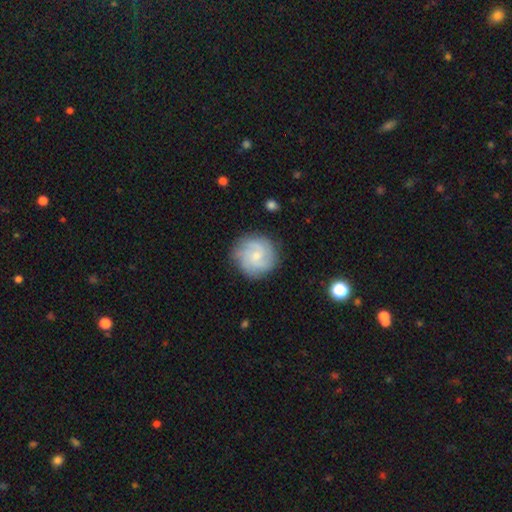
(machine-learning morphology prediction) This is possibly a featured or disk galaxy (55%). It is clearly not viewed edge-on (98%). Bar: likely no (66%). Spiral arm pattern: clearly yes (86%). Central bulge: possibly small (58%). Merging: likely none (79%).